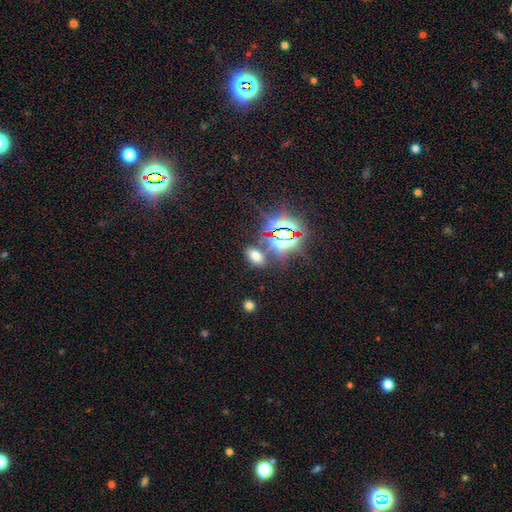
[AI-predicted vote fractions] smooth 55%, star or artifact 36%, featured or disk 9%. Down the decision tree: how rounded — in between (89%); merging — none (78%).